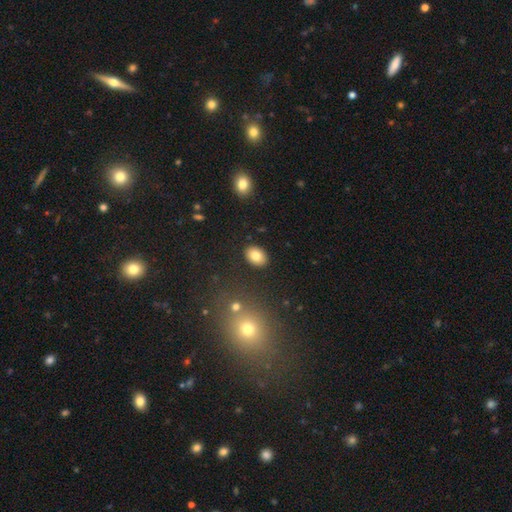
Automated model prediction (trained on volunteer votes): This is clearly a smooth galaxy (81%). How rounded: clearly in between (81%). Merging: clearly none (89%).